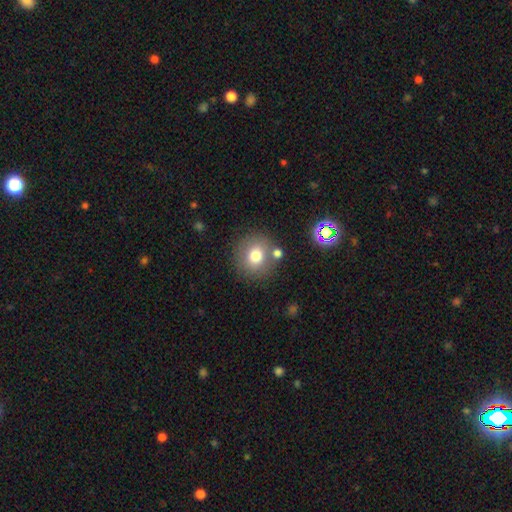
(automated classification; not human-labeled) Overall: smooth (75%). How rounded: round (89%). Merging: none (75%).